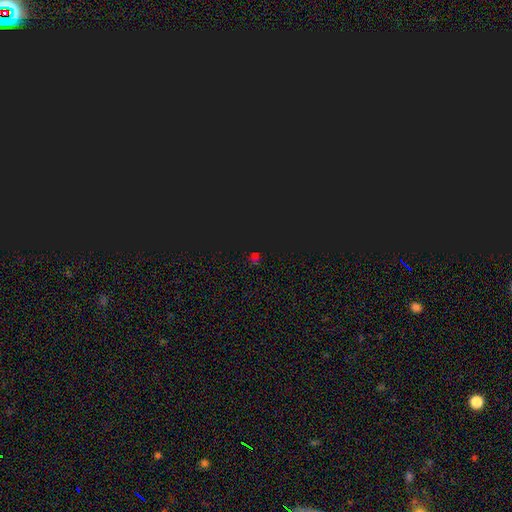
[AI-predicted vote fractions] Overall: star or artifact (69%).